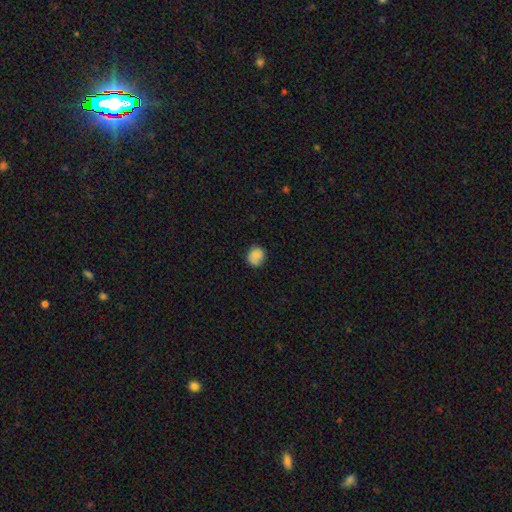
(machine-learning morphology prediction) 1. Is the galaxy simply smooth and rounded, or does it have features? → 87% smooth, 9% star or artifact, 4% featured or disk.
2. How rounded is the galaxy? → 70% round, 29% in between, 1% cigar-shaped.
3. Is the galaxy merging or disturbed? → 80% none, 16% minor disturbance, 3% major disturbance, 1% merger.